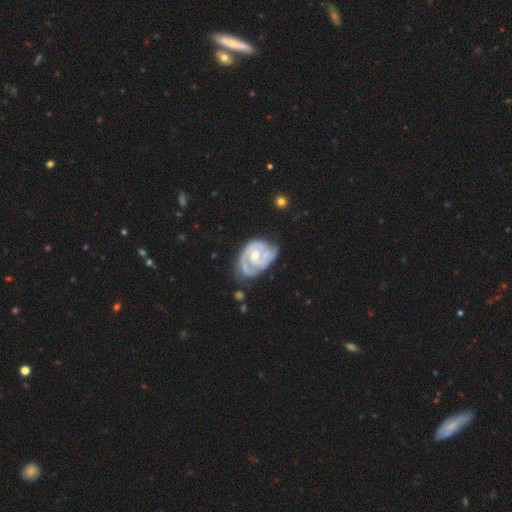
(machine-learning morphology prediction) Q: Smooth or featured?
A: featured or disk (87%); runner-up: smooth (9%)
Q: Edge-on disk?
A: no (97%); runner-up: yes (3%)
Q: Bar?
A: no (62%); runner-up: weak (31%)
Q: Spiral arms?
A: yes (94%); runner-up: no (6%)
Q: Spiral winding?
A: tight (61%); runner-up: medium (31%)
Q: Spiral arm count?
A: 2 (52%); runner-up: can't tell (17%)
Q: Bulge size?
A: moderate (67%); runner-up: small (26%)
Q: Merging?
A: none (51%); runner-up: minor disturbance (30%)